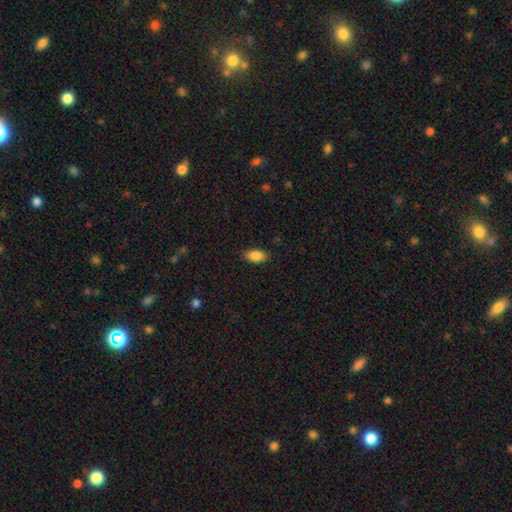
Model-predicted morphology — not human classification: type=smooth (87%); roundness=in between (92%); merging=none (86%).